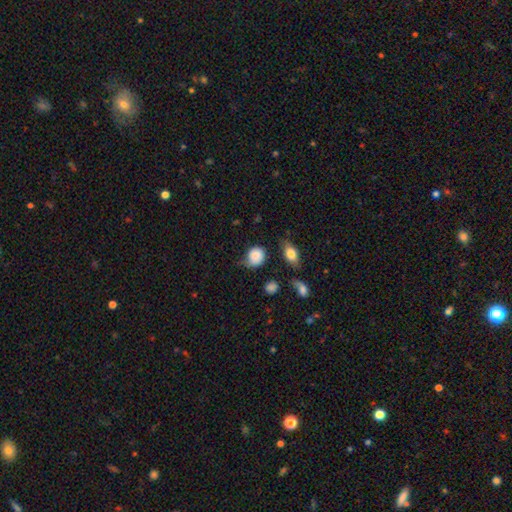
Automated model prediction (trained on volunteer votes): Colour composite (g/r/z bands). It shows a smooth galaxy with no disk features (82%) that is round (71%). Merging: none (44%).